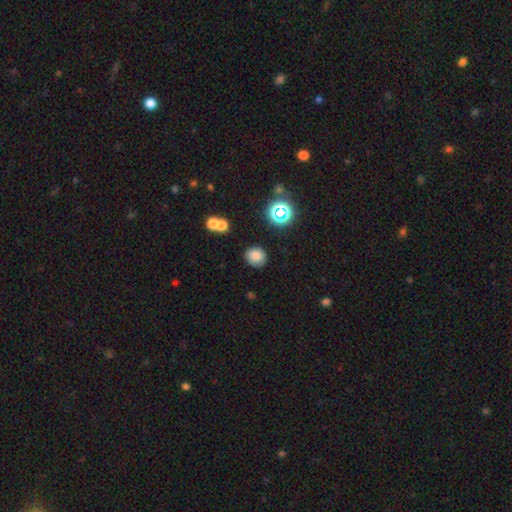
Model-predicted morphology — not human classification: A smooth galaxy with no disk features (78%) that is round (82%). Merging: none (83%).